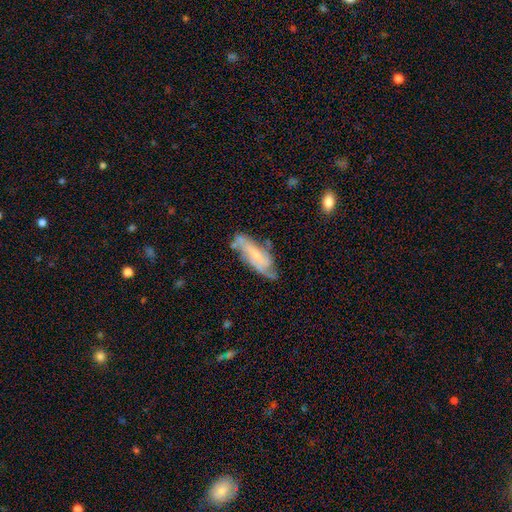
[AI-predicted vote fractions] Overall: featured or disk (63%; smooth 30%). Edge-on disk: no (83%). Bar: no (55%; weak 33%). Spiral arms: yes (86%). Bulge size: small (61%; moderate 22%). Merging: none (57%; minor disturbance 28%).